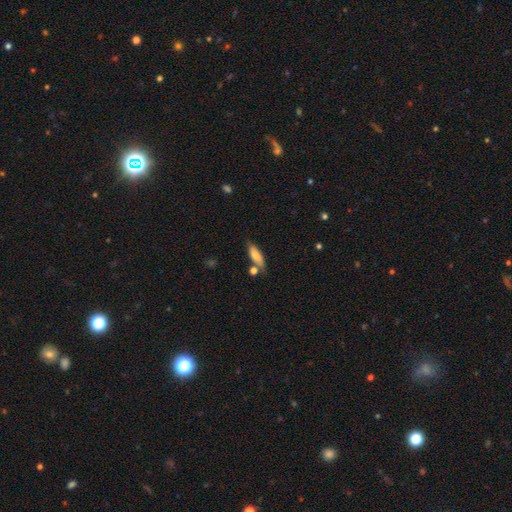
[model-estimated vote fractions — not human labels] This appears to be a smooth galaxy with no disk features (76%) that is cigar-shaped (49%). Merging: none (66%).